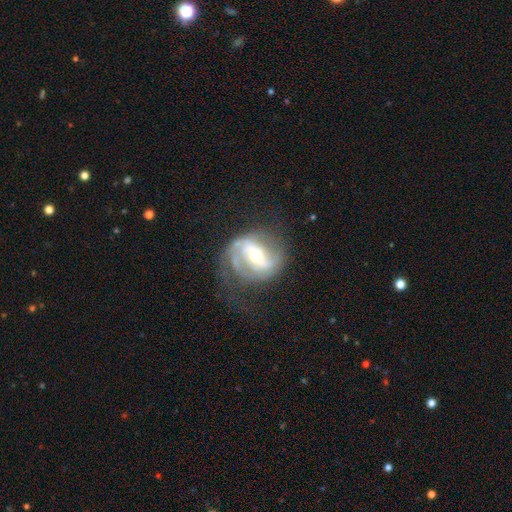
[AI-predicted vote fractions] Smooth or featured: featured or disk — 79% (smooth — 15%)
Edge-on disk: no — 96% (yes — 4%)
Bar: strong — 36% (tied with weak — 36%)
Spiral arms: yes — 85% (no — 15%)
Spiral winding: medium — 42% (tight — 29%)
Spiral arm count: 2 — 71% (can't tell — 13%)
Bulge size: moderate — 61% (small — 32%)
Merging: none — 55% (minor disturbance — 22%)